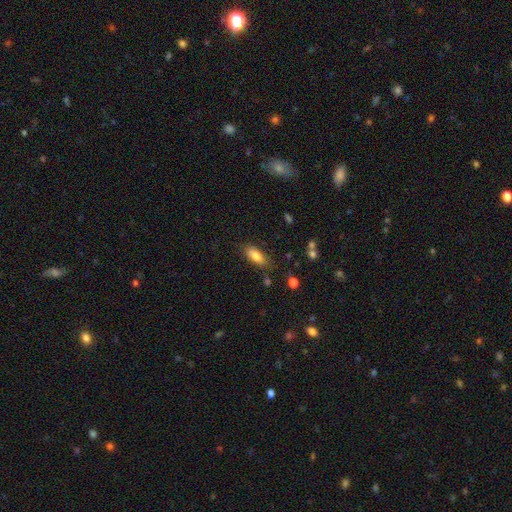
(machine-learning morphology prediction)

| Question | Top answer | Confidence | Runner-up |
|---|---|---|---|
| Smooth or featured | smooth | 82% | featured or disk (11%) |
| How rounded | in between | 81% | cigar-shaped (17%) |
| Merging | none | 78% | minor disturbance (16%) |